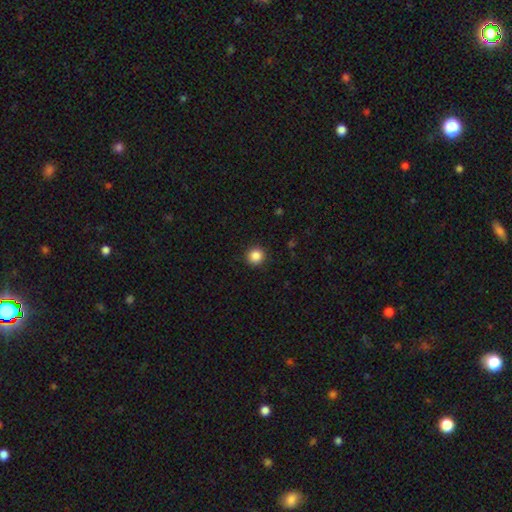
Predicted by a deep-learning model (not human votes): Smooth or featured? smooth (86%)
How rounded? round (94%)
Merging? none (91%)